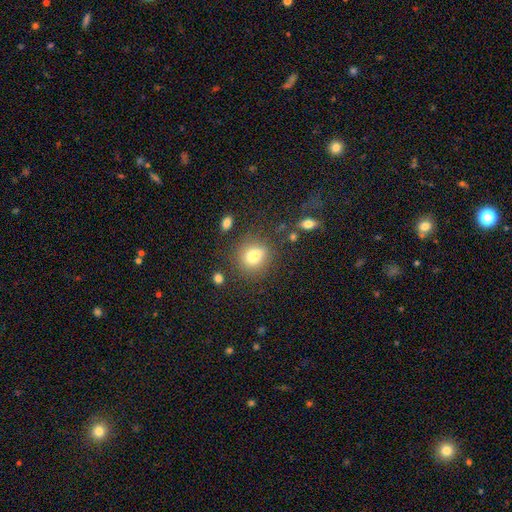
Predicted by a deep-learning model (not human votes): Smooth or featured? Predicted: smooth (p=0.78). How rounded? Predicted: round (p=0.72). Merging? Predicted: none (p=0.75).